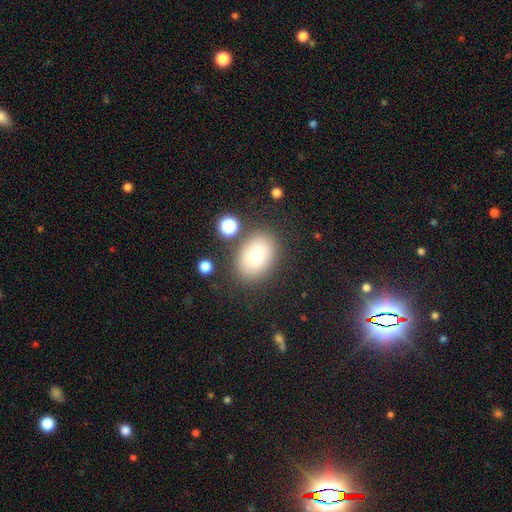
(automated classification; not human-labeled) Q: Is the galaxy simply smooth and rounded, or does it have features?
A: smooth — 74%.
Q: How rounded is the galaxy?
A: in between — 70%.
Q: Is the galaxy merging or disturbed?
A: none — 78%.